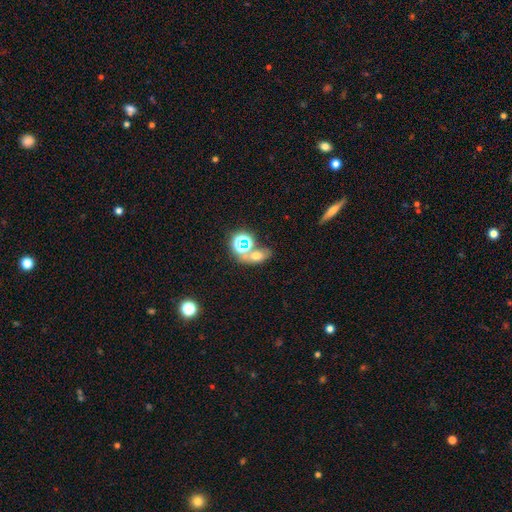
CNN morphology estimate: This is possibly a smooth galaxy (53%). How rounded: likely in between (70%). Merging: possibly none (51%).